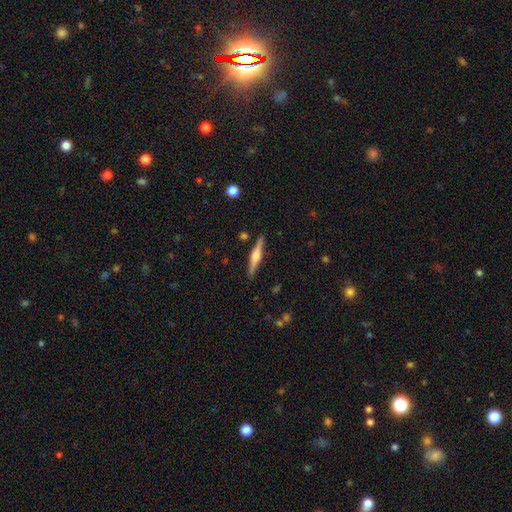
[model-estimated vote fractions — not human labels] Overall: featured or disk (64%; smooth 30%). Edge-on disk: yes (98%). Edge-on bulge: rounded (81%). Merging: none (90%).